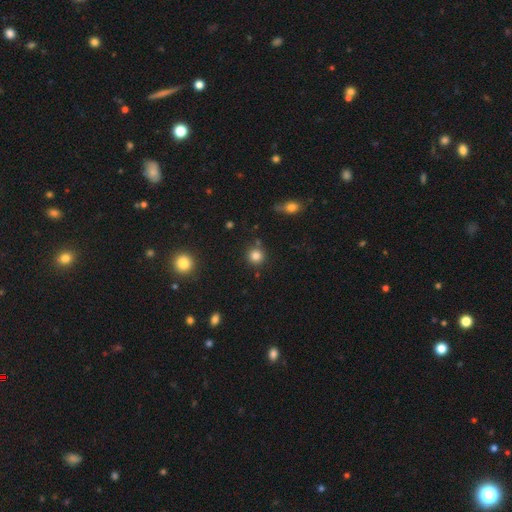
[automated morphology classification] Q: Smooth or featured?
A: smooth (83%); runner-up: star or artifact (12%)
Q: How rounded?
A: round (92%); runner-up: in between (7%)
Q: Merging?
A: none (84%); runner-up: minor disturbance (8%)